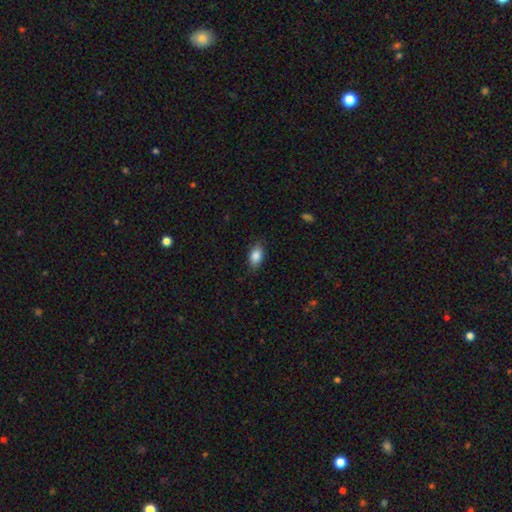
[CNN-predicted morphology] smooth-or-featured: smooth: 86% | star or artifact: 7% | featured or disk: 7%
  how-rounded: in between: 89% | round: 7% | cigar-shaped: 4%
  merging: none: 81% | minor disturbance: 15% | major disturbance: 3% | merger: 1%